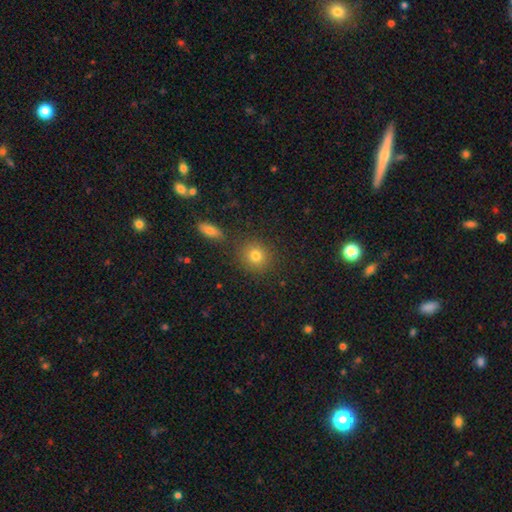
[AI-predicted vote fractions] The model was most divided on "smooth or featured": smooth: 78%, star or artifact: 13%, featured or disk: 9%. More confident: how rounded — round (83%); merging — none (82%).